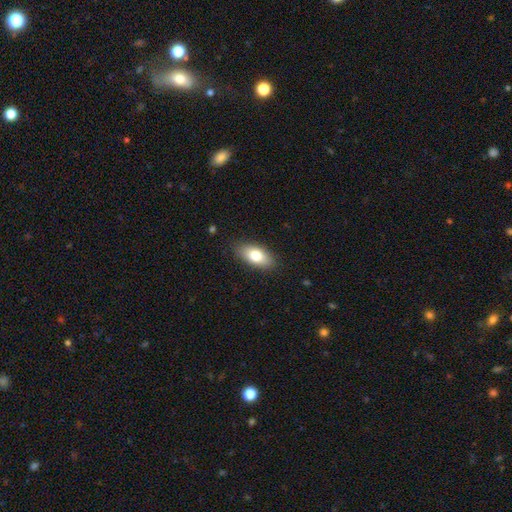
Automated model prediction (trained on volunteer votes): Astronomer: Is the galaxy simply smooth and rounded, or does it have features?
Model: smooth — 77%.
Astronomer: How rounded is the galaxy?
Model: in between — 88%.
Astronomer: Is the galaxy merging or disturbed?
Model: none — 86%.